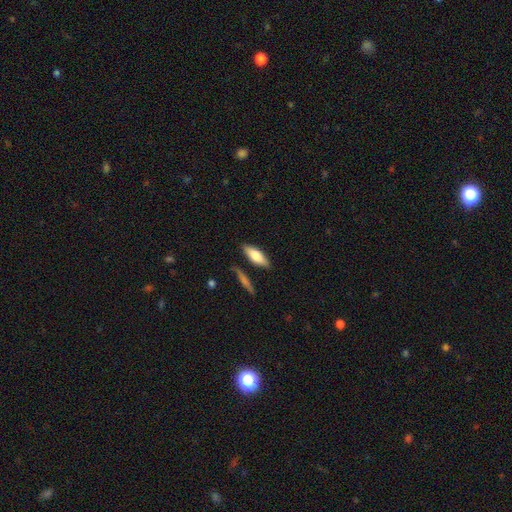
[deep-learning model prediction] Smooth or featured? Predicted: smooth (p=0.73). How rounded? Predicted: in between (p=0.59). Merging? Predicted: none (p=0.80).